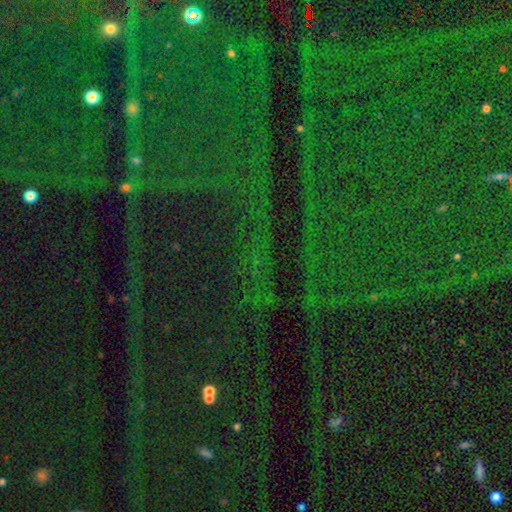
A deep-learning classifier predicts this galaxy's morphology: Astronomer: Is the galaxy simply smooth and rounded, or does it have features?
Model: star or artifact — 84%.